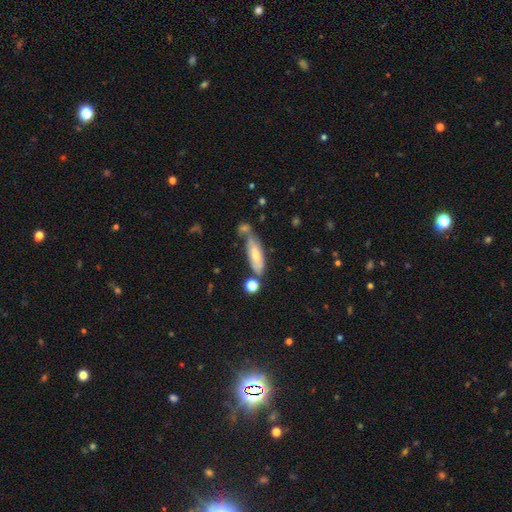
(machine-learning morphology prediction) Smooth or featured: smooth — 59% (featured or disk — 34%)
How rounded: in between — 54% (cigar-shaped — 43%)
Merging: none — 46% (merger — 24%)